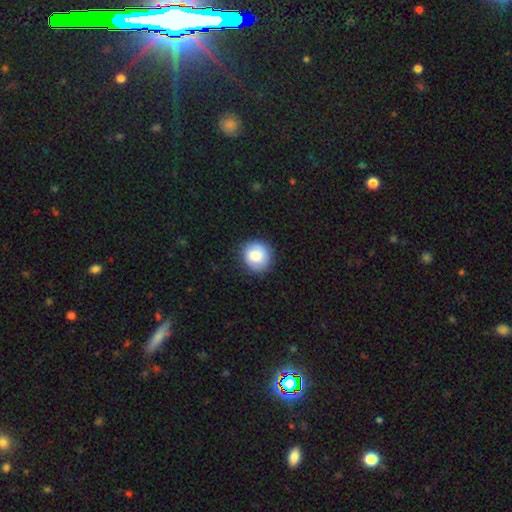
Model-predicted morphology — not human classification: smooth-or-featured: smooth: 81% | featured or disk: 11% | star or artifact: 7%
  how-rounded: round: 89% | in between: 11% | cigar-shaped: 1%
  merging: none: 86% | minor disturbance: 11% | major disturbance: 3% | merger: 1%